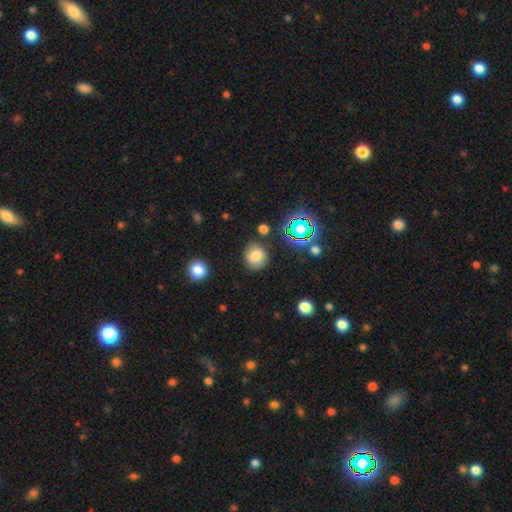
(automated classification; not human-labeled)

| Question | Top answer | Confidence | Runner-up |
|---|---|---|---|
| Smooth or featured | smooth | 74% | star or artifact (16%) |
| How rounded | round | 81% | in between (18%) |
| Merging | none | 80% | minor disturbance (12%) |